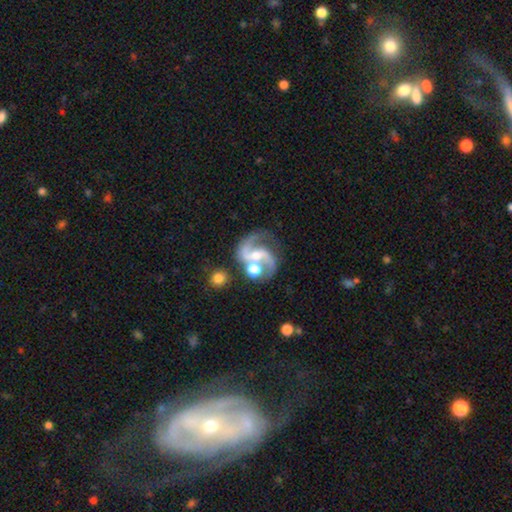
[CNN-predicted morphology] Smooth or featured? Predicted: featured or disk (p=0.88). Edge-on disk? Predicted: no (p=0.98). Bar? Predicted: weak (p=0.40). Spiral arms? Predicted: yes (p=0.97). Spiral winding? Predicted: medium (p=0.57). Spiral arm count? Predicted: 2 (p=0.90). Bulge size? Predicted: moderate (p=0.58). Merging? Predicted: none (p=0.54).